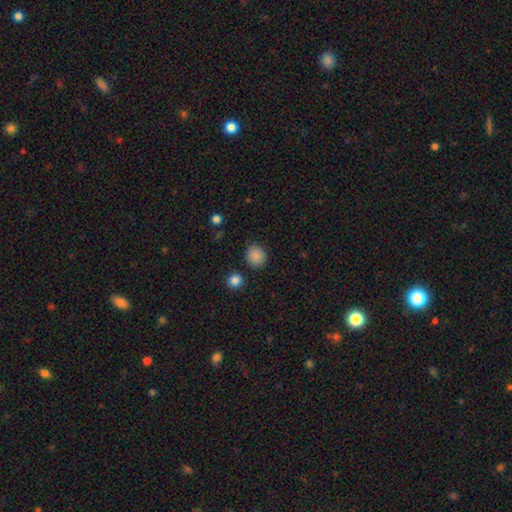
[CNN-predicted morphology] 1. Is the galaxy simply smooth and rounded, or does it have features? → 87% smooth, 9% star or artifact, 4% featured or disk.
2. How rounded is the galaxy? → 82% round, 18% in between, 1% cigar-shaped.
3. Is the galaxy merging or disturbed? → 87% none, 8% minor disturbance, 3% major disturbance, 2% merger.